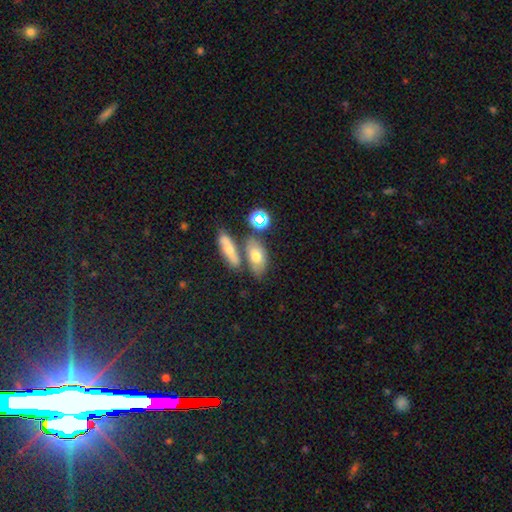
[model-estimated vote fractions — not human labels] Smooth or featured?
  - smooth: 65% *
  - featured or disk: 23%
  - star or artifact: 12%
How rounded?
  - in between: 84% *
  - round: 8%
  - cigar-shaped: 8%
Merging?
  - none: 55% *
  - merger: 26%
  - minor disturbance: 14%
  - major disturbance: 5%